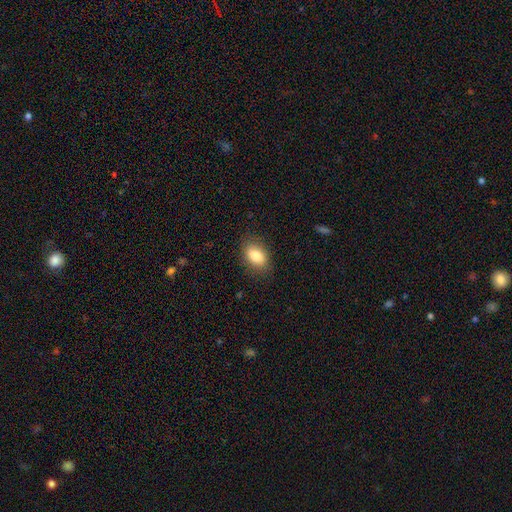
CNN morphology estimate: Smooth or featured? Predicted: smooth (p=0.84). How rounded? Predicted: in between (p=0.85). Merging? Predicted: none (p=0.84).